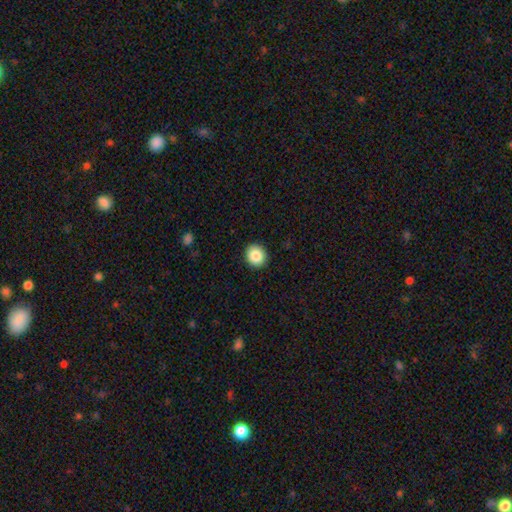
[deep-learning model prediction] A smooth galaxy with no disk features (86%) that is round (81%). Merging: none (92%).